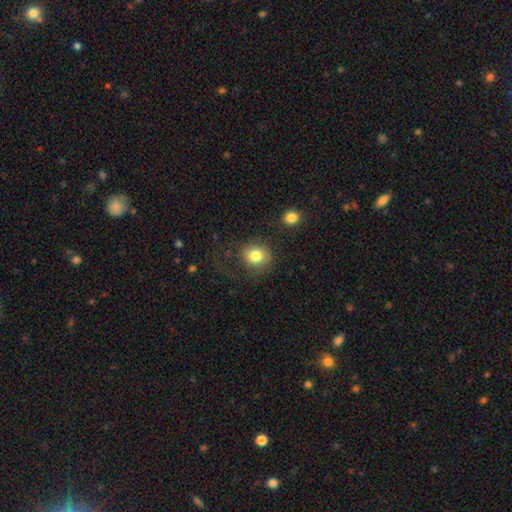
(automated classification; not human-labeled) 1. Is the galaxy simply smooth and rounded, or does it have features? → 82% smooth, 10% star or artifact, 9% featured or disk.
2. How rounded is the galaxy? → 79% round, 20% in between, 1% cigar-shaped.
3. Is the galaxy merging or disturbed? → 72% none, 14% minor disturbance, 11% major disturbance, 3% merger.